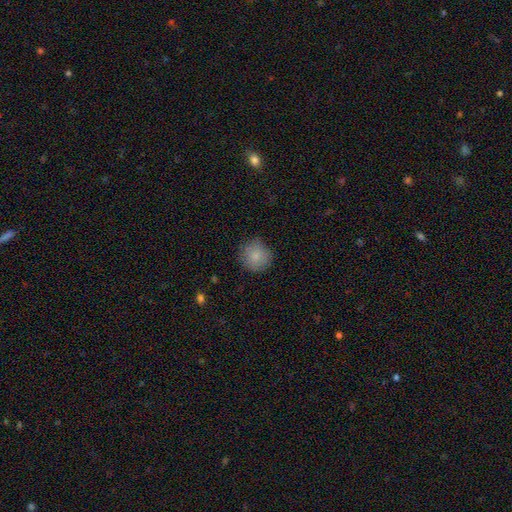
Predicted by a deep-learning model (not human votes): A smooth galaxy with no disk features (86%) that is round (93%).

Vote fractions:
- Smooth or featured? smooth: 86% / star or artifact: 8% / featured or disk: 6%
- How rounded? round: 93% / in between: 6% / cigar-shaped: 1%
- Merging? none: 84% / minor disturbance: 12% / major disturbance: 3% / merger: 1%